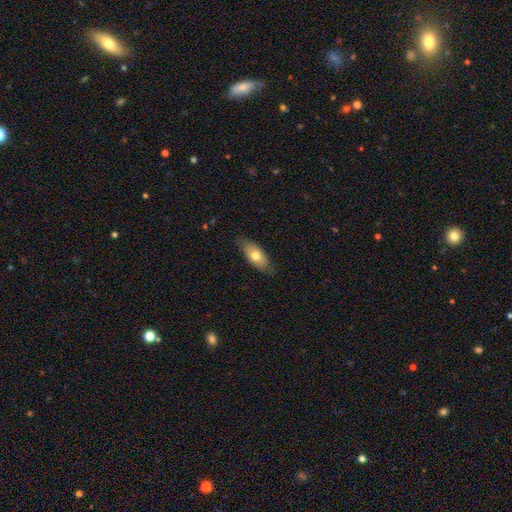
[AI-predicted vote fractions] A smooth galaxy with no disk features (69%) that is in between round and cigar-shaped (85%). Merging: none (78%).